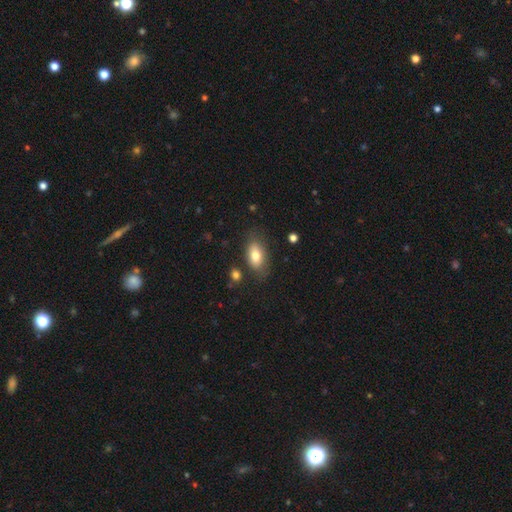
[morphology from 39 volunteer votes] Overall: smooth (74%). How rounded: in between (76%). Merging: none (69%).